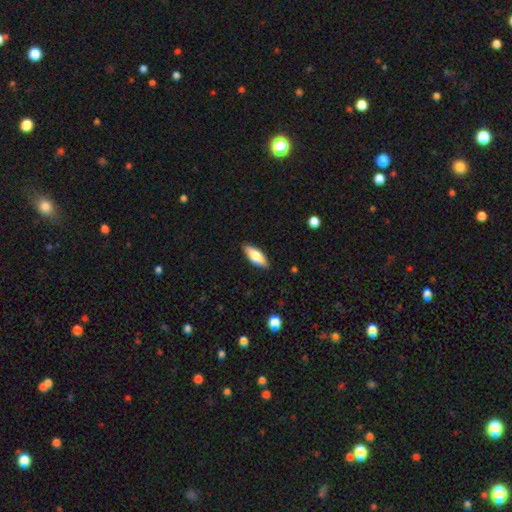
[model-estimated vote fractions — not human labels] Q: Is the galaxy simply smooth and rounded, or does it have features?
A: smooth — 77%.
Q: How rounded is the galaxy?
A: in between — 76%.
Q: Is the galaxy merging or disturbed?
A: none — 86%.